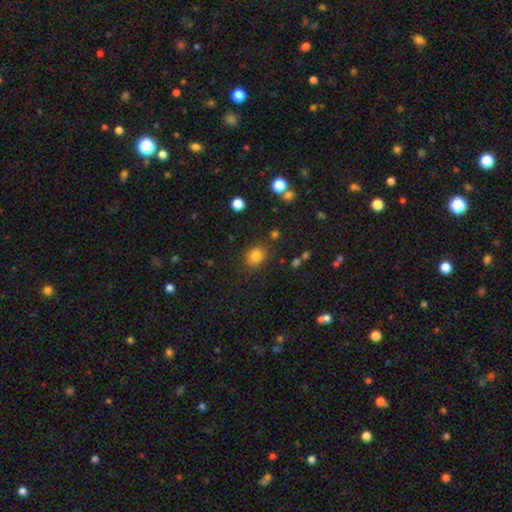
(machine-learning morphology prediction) Smooth or featured? Predicted: smooth (p=0.82). How rounded? Predicted: round (p=0.67). Merging? Predicted: none (p=0.81).